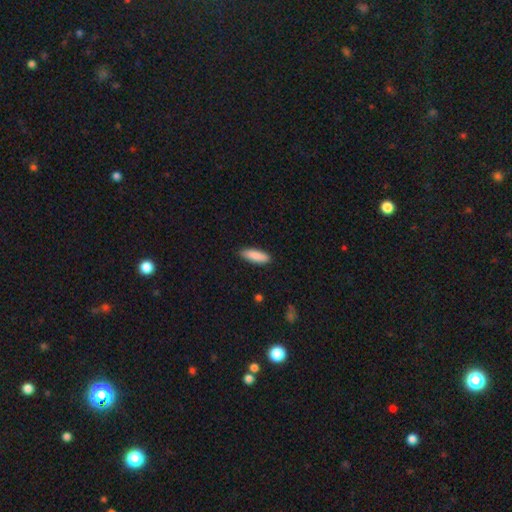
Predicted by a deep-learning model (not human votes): smooth_or_featured: smooth (p=0.89) [alt: featured or disk p=0.06]
how_rounded: in between (p=0.55) [alt: cigar-shaped p=0.44]
merging: none (p=0.86) [alt: minor disturbance p=0.11]